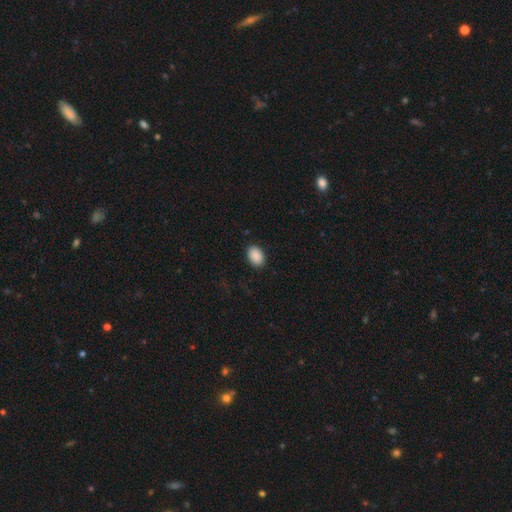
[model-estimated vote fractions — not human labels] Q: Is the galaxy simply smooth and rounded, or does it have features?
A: smooth — 90%.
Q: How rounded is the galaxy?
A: in between — 81%.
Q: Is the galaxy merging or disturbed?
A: none — 88%.